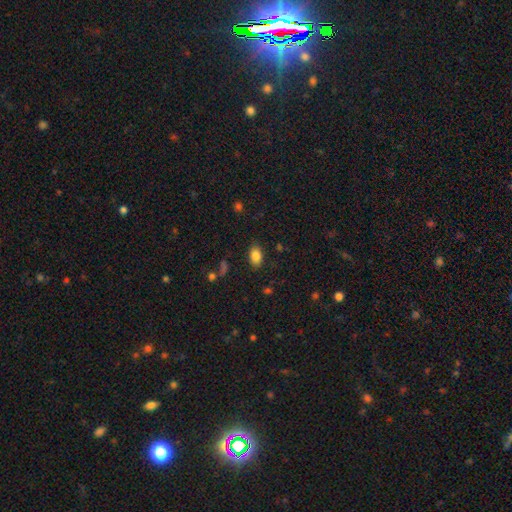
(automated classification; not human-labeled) A smooth galaxy with no disk features (85%) that is in between round and cigar-shaped (88%). Merging: none (84%).